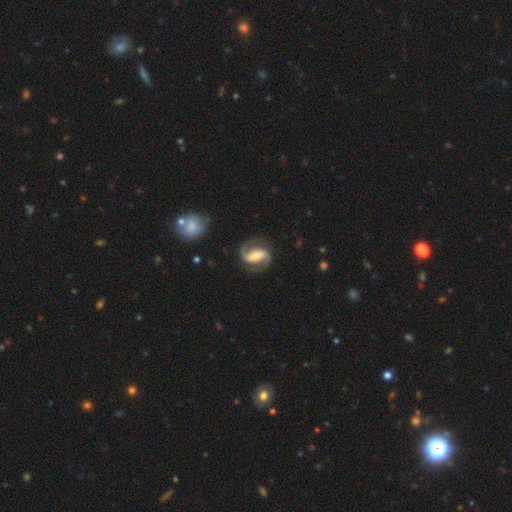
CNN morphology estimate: A featured or disk galaxy (85%) with a strong bar (51%), 2 (91%) medium (51%) spiral arms (96%) and a moderate central bulge (46%). Merging: none (78%).